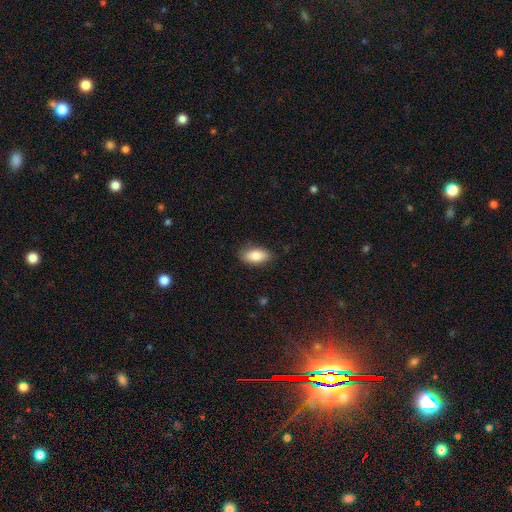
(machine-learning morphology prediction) This appears to be a smooth galaxy with no disk features (81%) that is in between round and cigar-shaped (90%). Merging: none (83%).